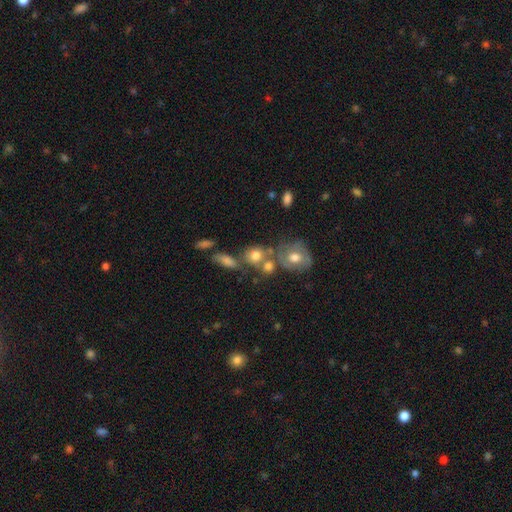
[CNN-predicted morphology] A smooth galaxy with no disk features (69%) that is round (64%). Merging: none (41%).